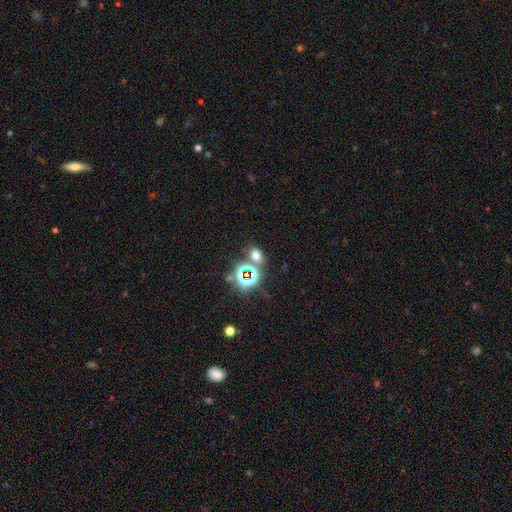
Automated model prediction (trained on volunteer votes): smooth_or_featured: smooth (p=0.53) [alt: star or artifact p=0.39]
how_rounded: in between (p=0.55) [alt: round p=0.43]
merging: none (p=0.72) [alt: merger p=0.15]